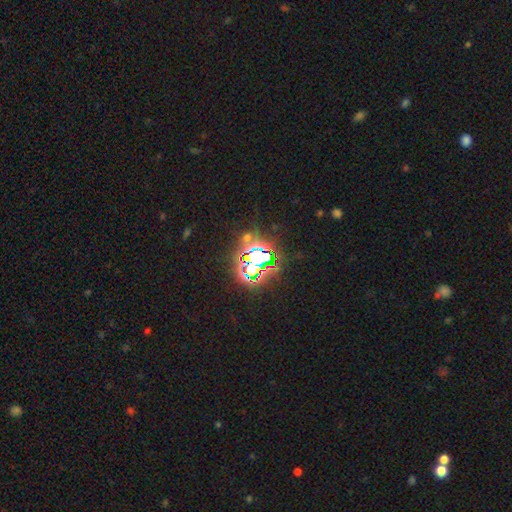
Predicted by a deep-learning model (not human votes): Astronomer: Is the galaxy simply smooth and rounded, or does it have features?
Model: star or artifact — 79%.